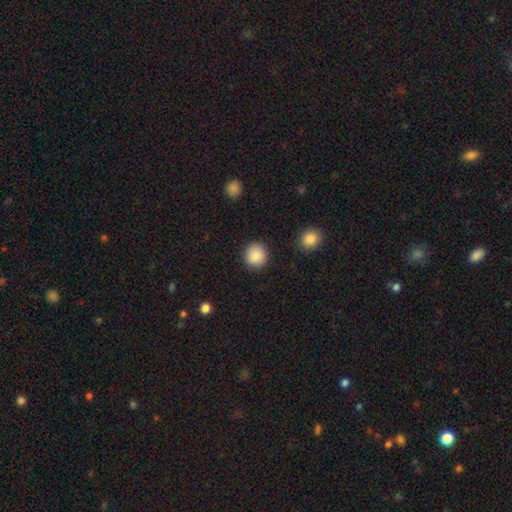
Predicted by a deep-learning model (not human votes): Overall: smooth (88%). How rounded: round (92%). Merging: none (90%).